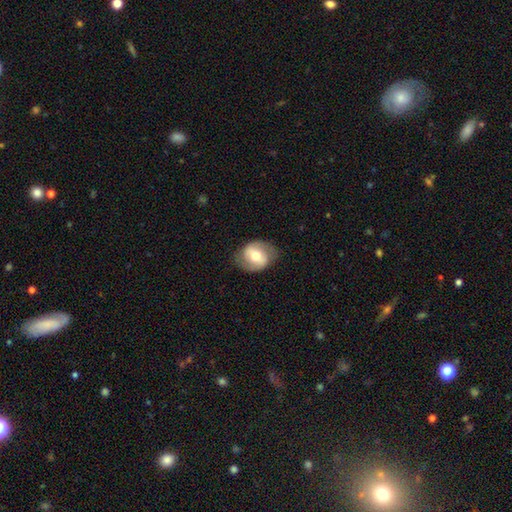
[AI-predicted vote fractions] Smooth or featured? Predicted: featured or disk (p=0.52). Edge-on disk? Predicted: no (p=0.95). Merging? Predicted: none (p=0.78).